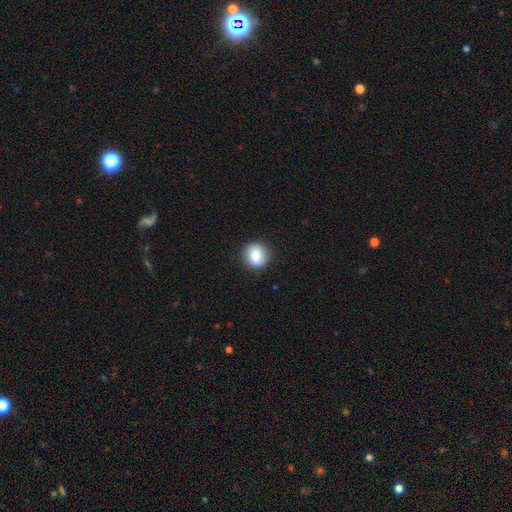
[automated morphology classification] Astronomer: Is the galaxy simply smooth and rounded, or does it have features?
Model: smooth — 84%.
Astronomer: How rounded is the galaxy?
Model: round — 80%.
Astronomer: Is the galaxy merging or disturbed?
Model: none — 89%.